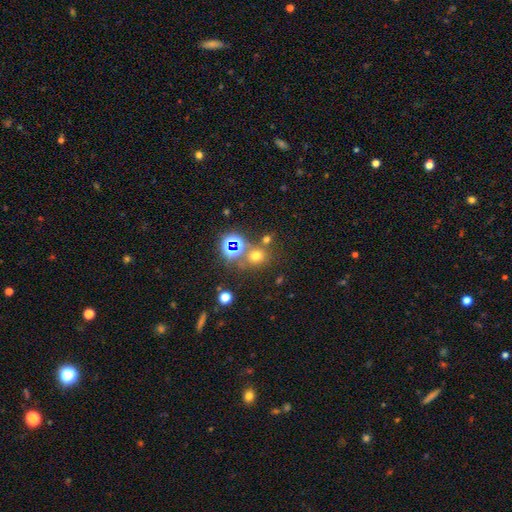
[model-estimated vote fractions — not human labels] Smooth or featured: smooth — 57% (star or artifact — 34%)
How rounded: round — 83% (in between — 16%)
Merging: none — 70% (merger — 16%)